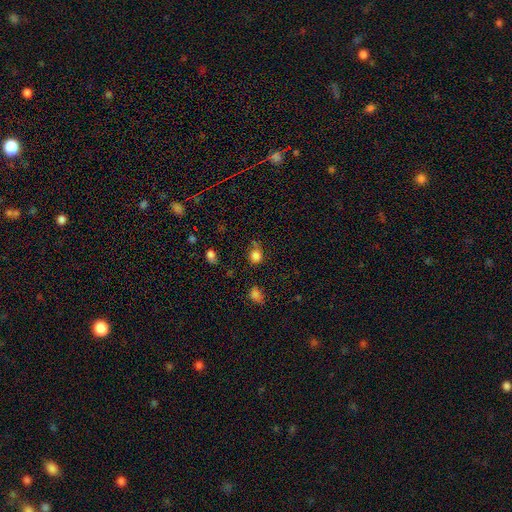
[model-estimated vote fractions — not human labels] A smooth galaxy with no disk features (81%) that is round (76%). Merging: none (62%).